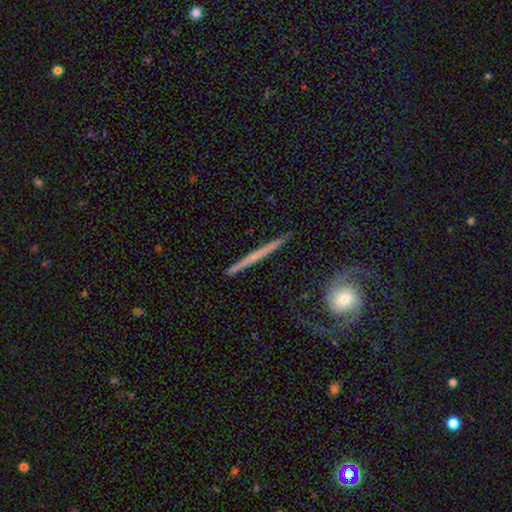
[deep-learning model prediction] Overall: featured or disk (71%). Edge-on disk: yes (87%). Edge-on bulge: none (80%). Merging: none (88%).